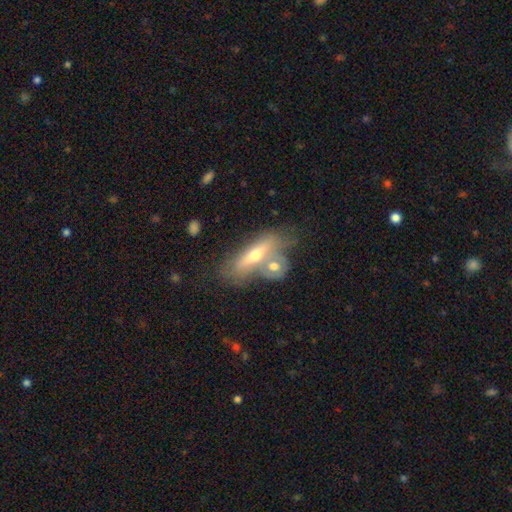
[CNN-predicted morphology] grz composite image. It shows a featured or disk galaxy (49%). Merging: merger (45%).